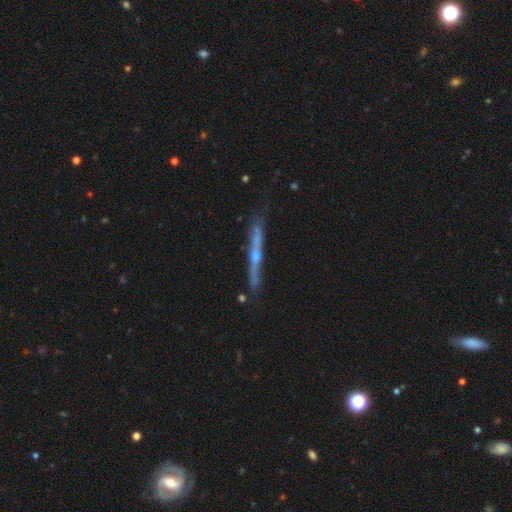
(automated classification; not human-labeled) Smooth or featured? Predicted: featured or disk (p=0.74). Edge-on disk? Predicted: yes (p=0.94). Edge-on bulge? Predicted: rounded (p=0.81). Merging? Predicted: none (p=0.78).